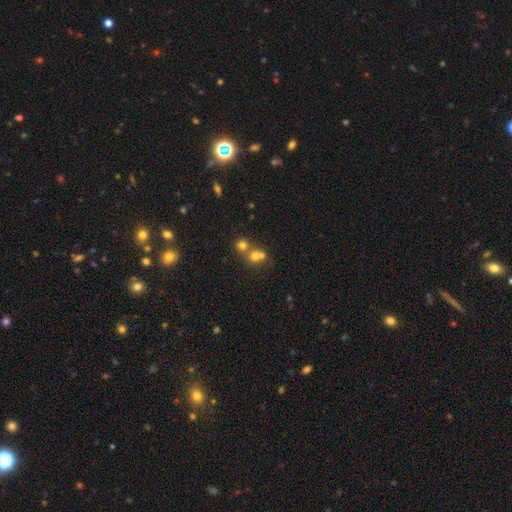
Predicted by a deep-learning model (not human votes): Q: Smooth or featured?
A: smooth (67%); runner-up: star or artifact (17%)
Q: How rounded?
A: round (82%); runner-up: in between (17%)
Q: Merging?
A: merger (56%); runner-up: none (36%)